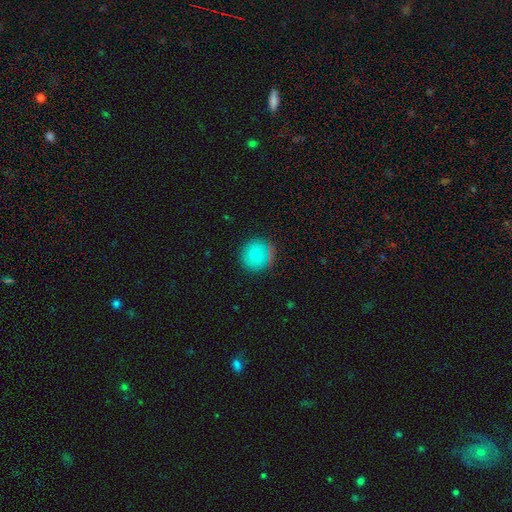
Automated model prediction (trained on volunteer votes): The model was most divided on "merging": none: 77%, minor disturbance: 16%, major disturbance: 4%, merger: 4%. More confident: how rounded — round (92%); smooth or featured — smooth (78%).